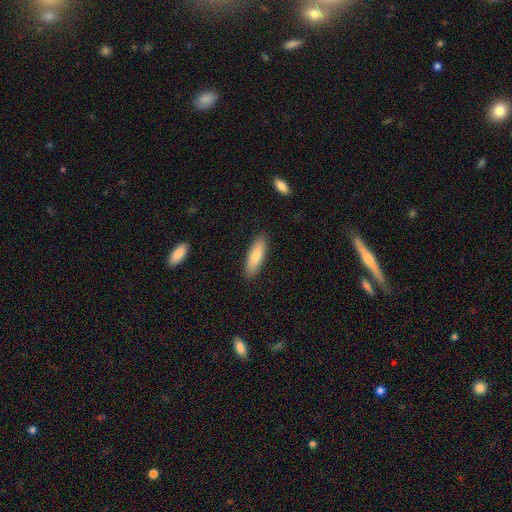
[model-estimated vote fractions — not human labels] A smooth galaxy with no disk features (74%) that is cigar-shaped (53%).

Vote fractions:
- Smooth or featured? smooth: 74% / featured or disk: 20% / star or artifact: 6%
- How rounded? cigar-shaped: 53% / in between: 45% / round: 2%
- Merging? none: 88% / minor disturbance: 9% / major disturbance: 2% / merger: 1%